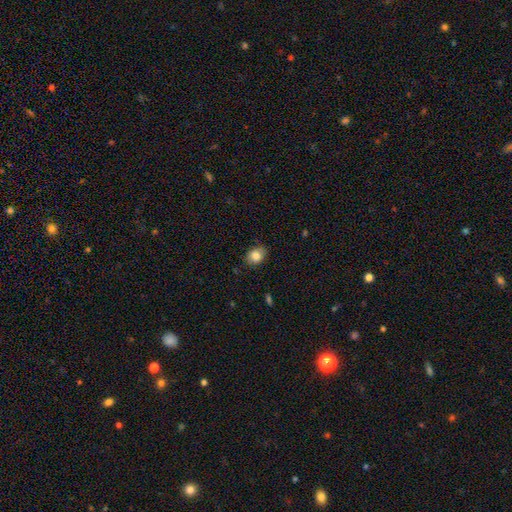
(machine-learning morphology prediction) smooth 83%, star or artifact 9%, featured or disk 8%. Down the decision tree: how rounded — in between (56%); merging — none (79%).